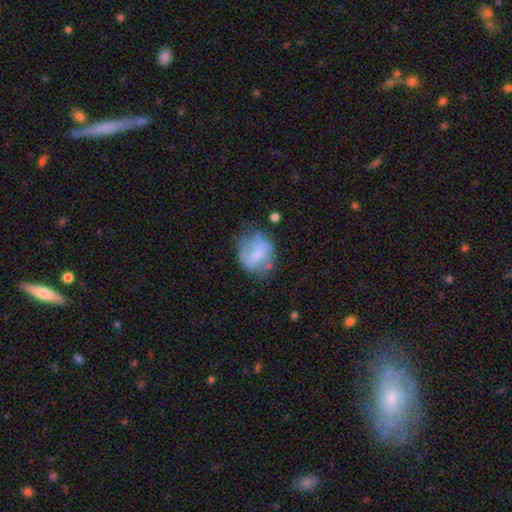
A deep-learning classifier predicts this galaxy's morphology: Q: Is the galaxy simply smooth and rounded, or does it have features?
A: featured or disk — 53%.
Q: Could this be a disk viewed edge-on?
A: no — 97%.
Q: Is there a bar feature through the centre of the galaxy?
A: weak — 45%.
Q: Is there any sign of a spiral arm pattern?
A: yes — 62%.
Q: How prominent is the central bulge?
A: small — 40%.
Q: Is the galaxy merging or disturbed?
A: none — 51%.